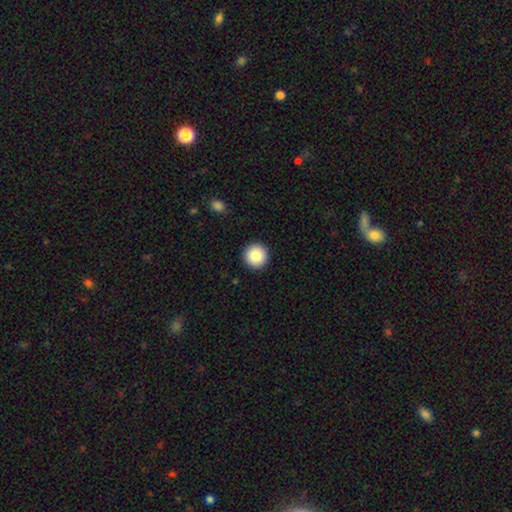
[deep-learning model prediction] Q: Smooth or featured?
A: smooth (85%); runner-up: star or artifact (8%)
Q: How rounded?
A: round (96%); runner-up: in between (3%)
Q: Merging?
A: none (93%); runner-up: minor disturbance (4%)